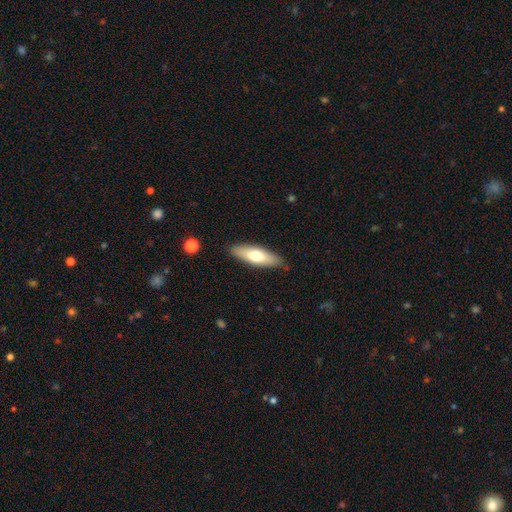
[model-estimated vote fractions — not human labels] Smooth or featured? smooth (65%)
How rounded? in between (50%)
Merging? none (86%)